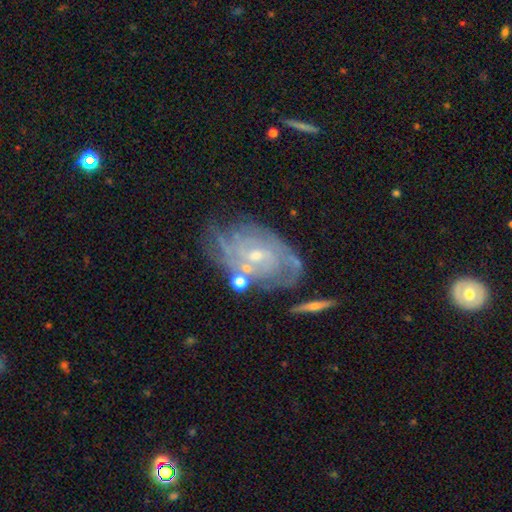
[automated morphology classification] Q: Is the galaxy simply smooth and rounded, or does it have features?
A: featured or disk — 84%.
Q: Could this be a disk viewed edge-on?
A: no — 96%.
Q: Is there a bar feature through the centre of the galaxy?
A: no — 56%.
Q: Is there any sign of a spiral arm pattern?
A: yes — 94%.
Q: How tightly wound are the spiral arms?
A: tight — 68%.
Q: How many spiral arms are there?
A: can't tell — 39%.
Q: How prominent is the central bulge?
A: small — 63%.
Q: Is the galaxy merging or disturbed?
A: none — 65%.